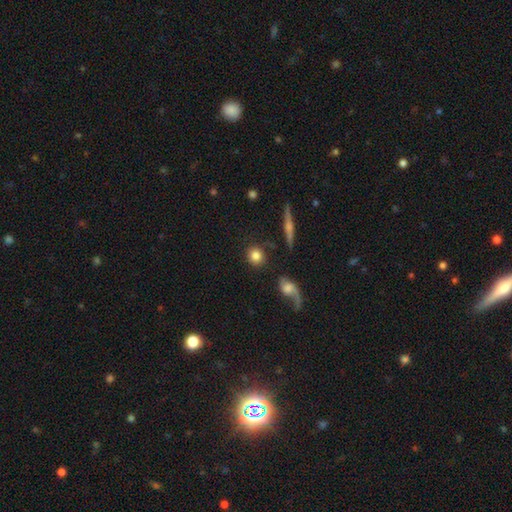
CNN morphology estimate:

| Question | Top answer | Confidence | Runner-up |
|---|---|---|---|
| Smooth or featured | smooth | 80% | featured or disk (12%) |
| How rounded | round | 90% | in between (8%) |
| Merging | none | 81% | minor disturbance (8%) |